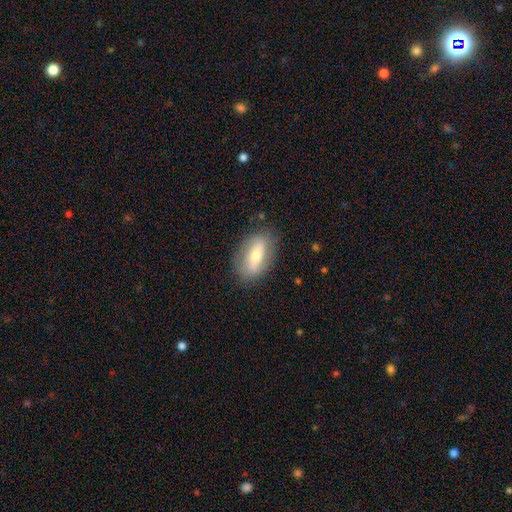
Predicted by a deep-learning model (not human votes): smooth_or_featured: smooth (p=0.49) [alt: featured or disk p=0.44]
merging: none (p=0.80) [alt: minor disturbance p=0.14]